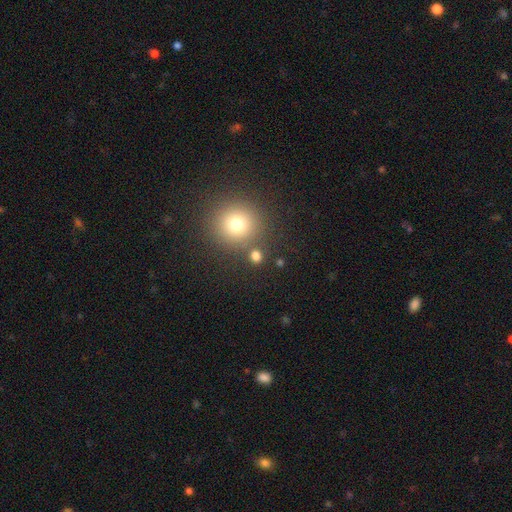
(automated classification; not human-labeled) A smooth galaxy with no disk features (76%) that is round (90%). Merging: none (80%).